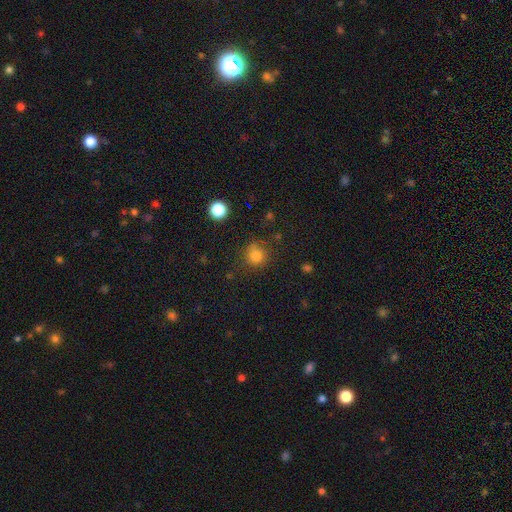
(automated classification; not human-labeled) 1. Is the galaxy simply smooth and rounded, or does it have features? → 81% smooth, 14% star or artifact, 5% featured or disk.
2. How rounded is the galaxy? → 88% round, 11% in between, 1% cigar-shaped.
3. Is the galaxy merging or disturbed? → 77% none, 15% minor disturbance, 5% major disturbance, 3% merger.